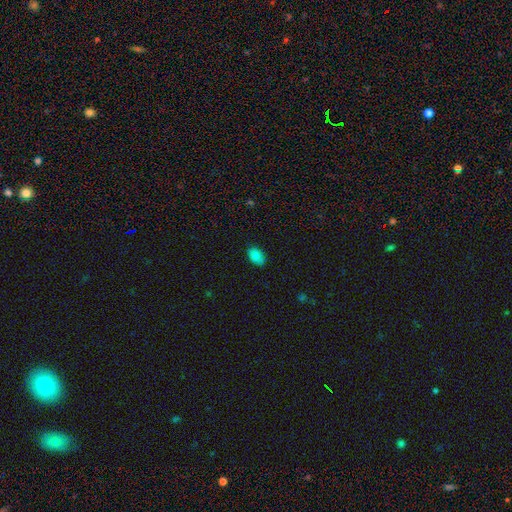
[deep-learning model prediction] Smooth or featured?
  - smooth: 86% *
  - star or artifact: 9%
  - featured or disk: 5%
How rounded?
  - in between: 90% *
  - round: 9%
  - cigar-shaped: 1%
Merging?
  - none: 83% *
  - minor disturbance: 13%
  - major disturbance: 2%
  - merger: 1%